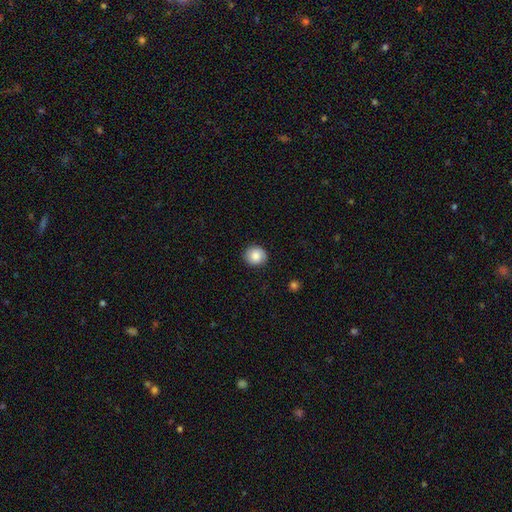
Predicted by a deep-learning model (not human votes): A smooth galaxy with no disk features (84%) that is round (89%). Merging: none (88%).